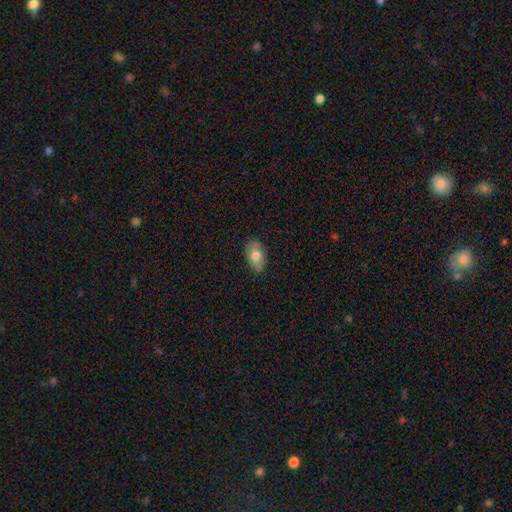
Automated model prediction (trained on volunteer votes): A smooth galaxy with no disk features (68%) that is in between round and cigar-shaped (88%).

Vote fractions:
- Smooth or featured? smooth: 68% / featured or disk: 25% / star or artifact: 7%
- How rounded? in between: 88% / round: 10% / cigar-shaped: 1%
- Merging? none: 77% / minor disturbance: 19% / major disturbance: 3% / merger: 1%